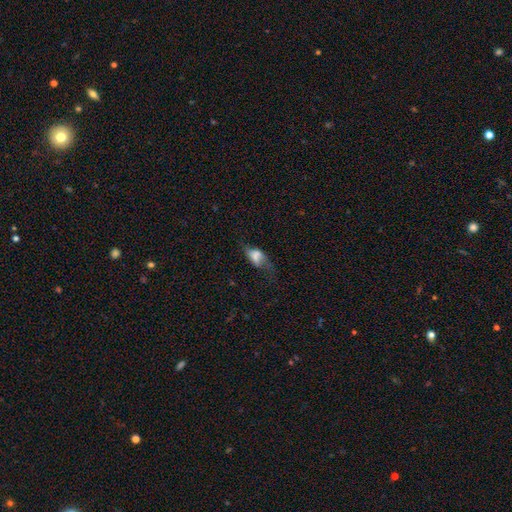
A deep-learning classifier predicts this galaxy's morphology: smooth-or-featured: smooth: 55% | featured or disk: 35% | star or artifact: 11%
  how-rounded: in between: 85% | round: 8% | cigar-shaped: 7%
  merging: major disturbance: 34% | none: 33% | minor disturbance: 27% | merger: 6%